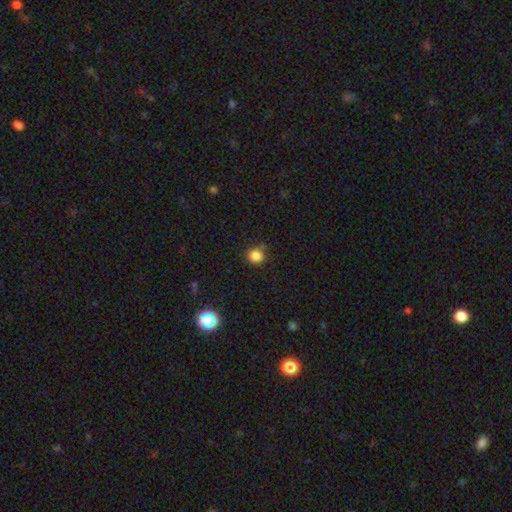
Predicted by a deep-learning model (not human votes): Overall: smooth (84%). How rounded: round (90%). Merging: none (77%).